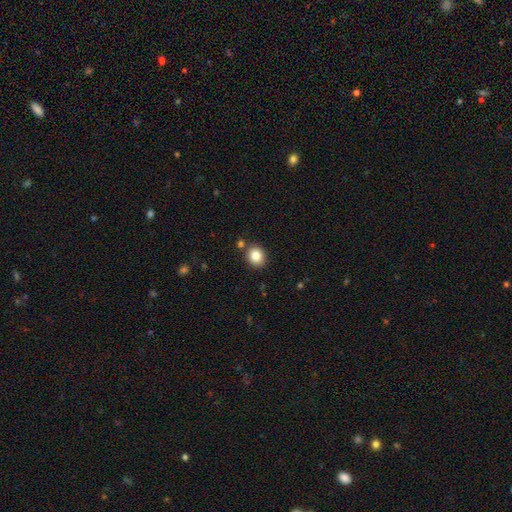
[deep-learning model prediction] Smooth or featured? smooth (84%)
How rounded? round (69%)
Merging? none (84%)